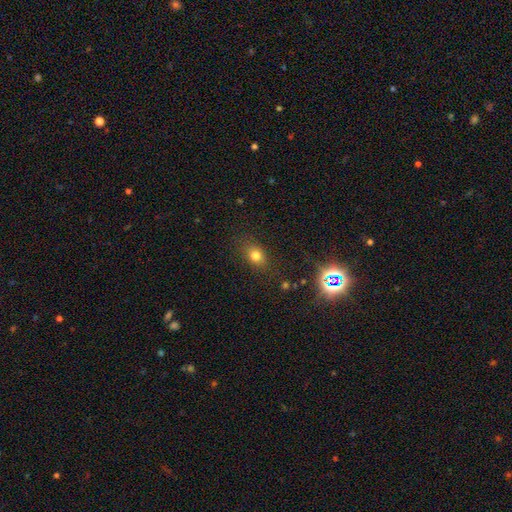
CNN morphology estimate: Smooth or featured: smooth — 74% (star or artifact — 17%)
How rounded: in between — 58% (round — 39%)
Merging: none — 82% (minor disturbance — 12%)